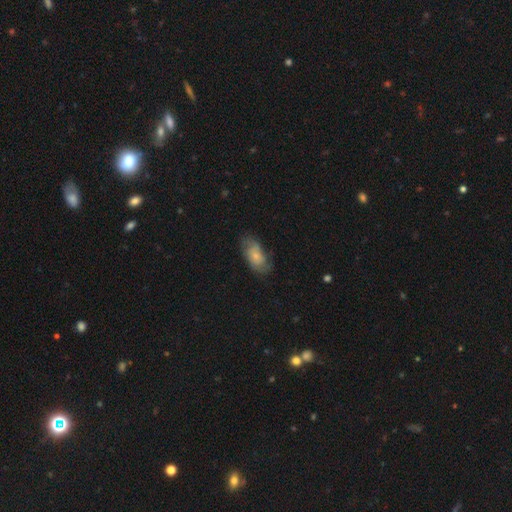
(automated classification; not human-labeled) A smooth galaxy with no disk features (52%) that is in between round and cigar-shaped (91%). Merging: none (63%).